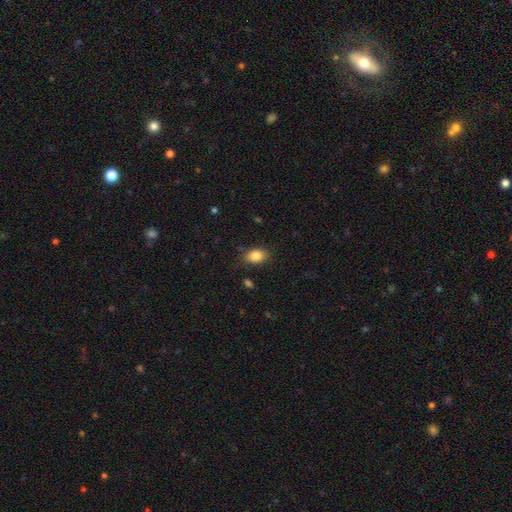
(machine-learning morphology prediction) This appears to be a smooth galaxy with no disk features (85%) that is in between round and cigar-shaped (79%). Merging: none (83%).